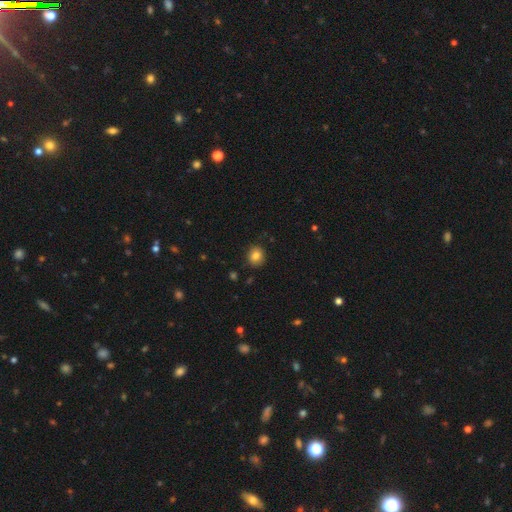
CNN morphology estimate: Smooth or featured?
  - smooth: 83% *
  - star or artifact: 10%
  - featured or disk: 7%
How rounded?
  - round: 78% *
  - in between: 21%
  - cigar-shaped: 1%
Merging?
  - none: 88% *
  - minor disturbance: 9%
  - major disturbance: 2%
  - merger: 1%